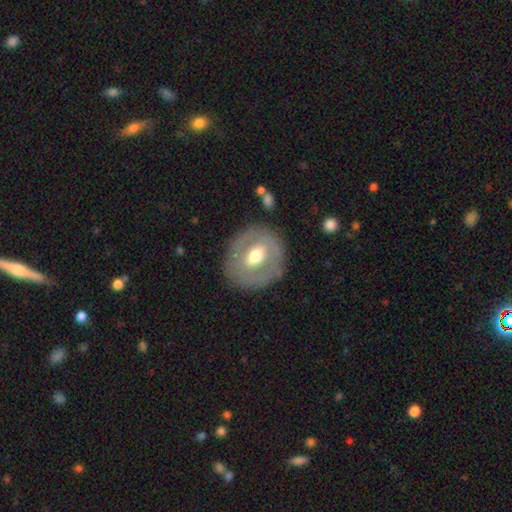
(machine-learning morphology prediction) This appears to be a featured or disk galaxy (53%). Merging: none (80%).